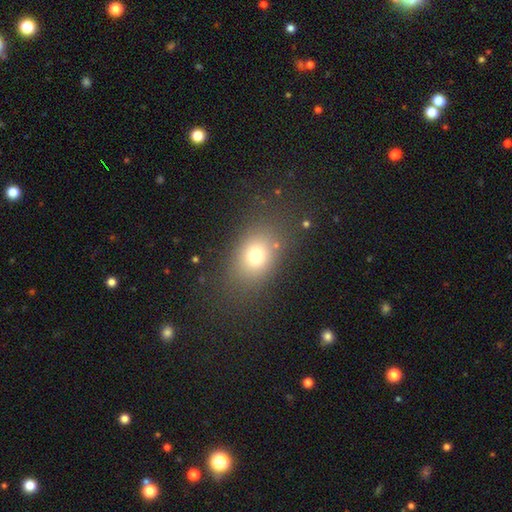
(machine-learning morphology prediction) The model was most divided on "how rounded": in between: 65%, round: 33%, cigar-shaped: 2%. More confident: merging — none (77%); smooth or featured — smooth (73%).